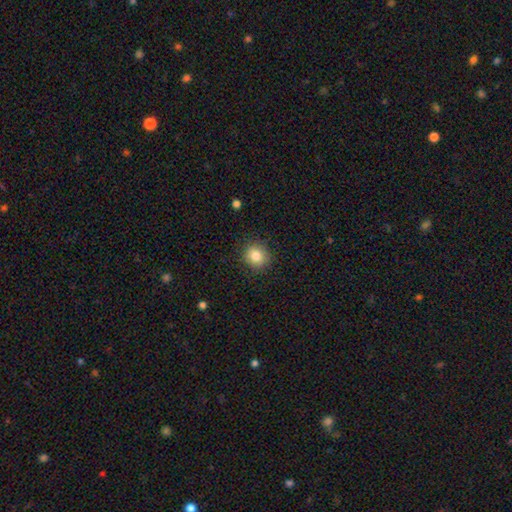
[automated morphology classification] Smooth or featured? Predicted: smooth (p=0.83). How rounded? Predicted: round (p=0.87). Merging? Predicted: none (p=0.88).